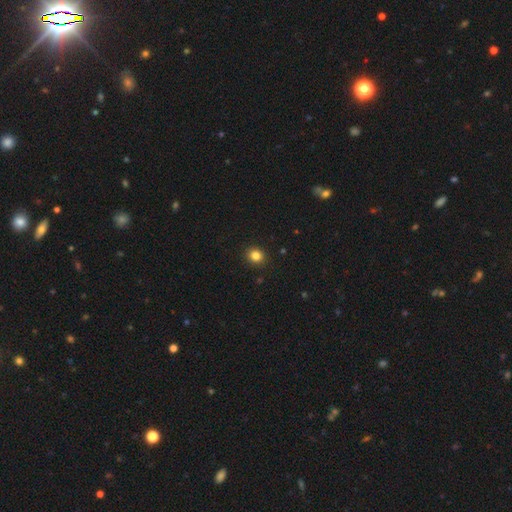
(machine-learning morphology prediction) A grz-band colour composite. It shows a smooth galaxy with no disk features (84%) that is round (78%). Merging: none (91%).